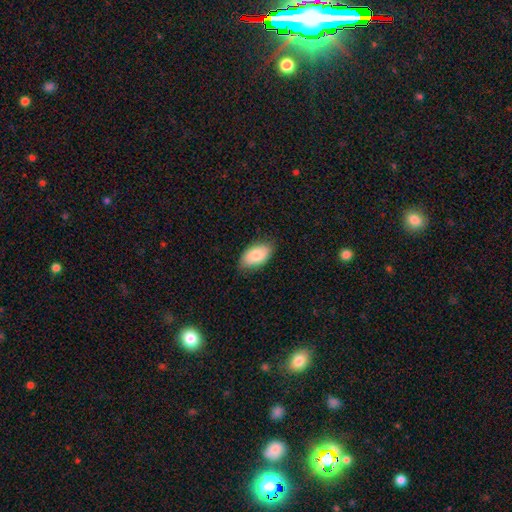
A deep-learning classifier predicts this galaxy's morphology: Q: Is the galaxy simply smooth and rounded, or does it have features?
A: smooth — 81%.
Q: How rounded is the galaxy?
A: in between — 95%.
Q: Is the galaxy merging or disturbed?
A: none — 80%.